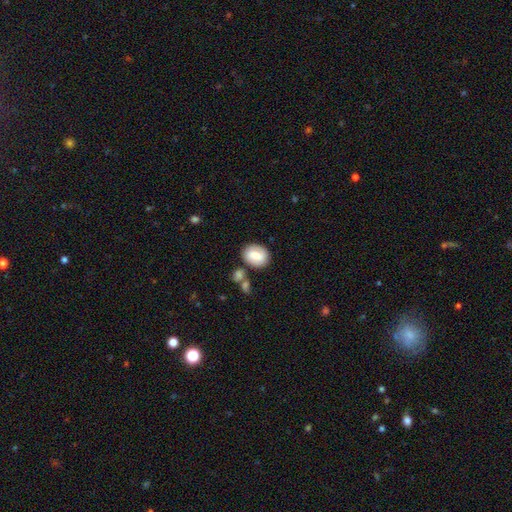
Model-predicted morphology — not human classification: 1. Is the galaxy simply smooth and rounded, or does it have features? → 72% smooth, 21% featured or disk, 7% star or artifact.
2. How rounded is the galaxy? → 52% in between, 47% round, 1% cigar-shaped.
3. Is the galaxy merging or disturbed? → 72% none, 14% minor disturbance, 11% merger, 4% major disturbance.